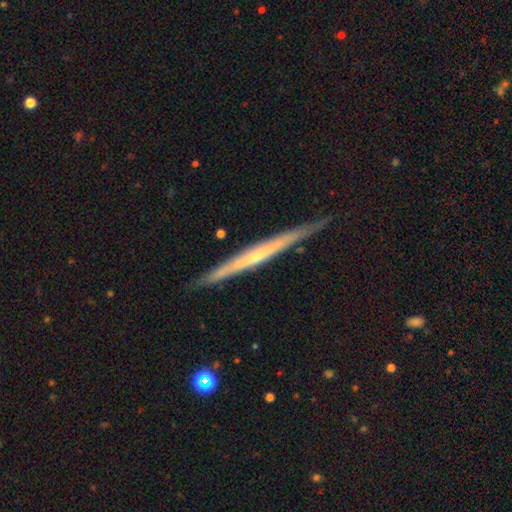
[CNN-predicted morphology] Smooth or featured: featured or disk — 69% (smooth — 25%)
Edge-on disk: yes — 97% (no — 3%)
Edge-on bulge: none — 65% (rounded — 29%)
Merging: none — 87% (minor disturbance — 10%)